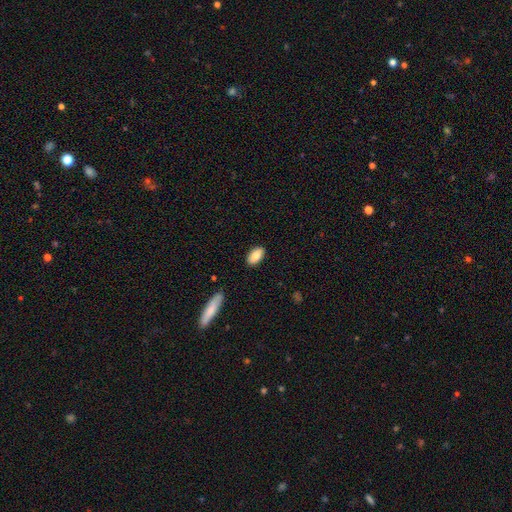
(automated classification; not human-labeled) This appears to be a smooth galaxy with no disk features (84%) that is in between round and cigar-shaped (93%). Merging: none (87%).